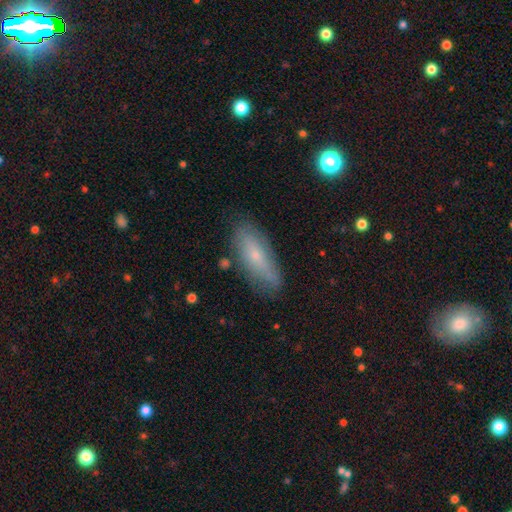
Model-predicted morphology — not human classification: A smooth galaxy with no disk features (59%) that is in between round and cigar-shaped (62%). Merging: none (75%).